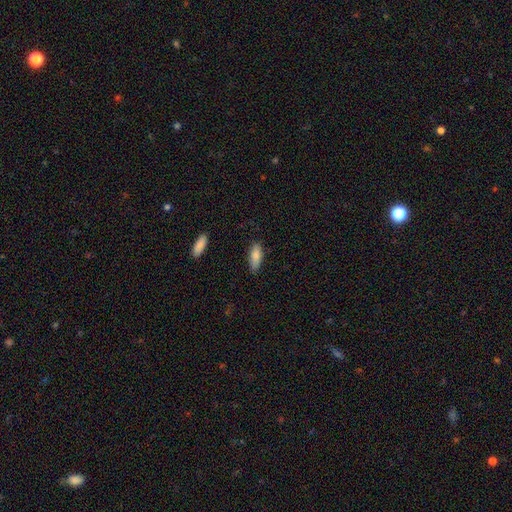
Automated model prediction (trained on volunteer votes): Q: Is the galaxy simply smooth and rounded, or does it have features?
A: smooth — 83%.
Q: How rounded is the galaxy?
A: in between — 73%.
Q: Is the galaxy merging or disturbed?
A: none — 81%.